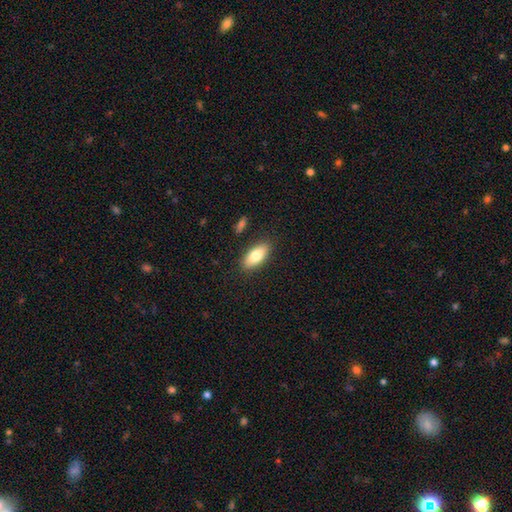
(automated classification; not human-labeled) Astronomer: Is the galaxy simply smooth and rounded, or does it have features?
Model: smooth — 77%.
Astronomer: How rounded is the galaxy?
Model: in between — 83%.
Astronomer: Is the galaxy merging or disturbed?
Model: none — 86%.